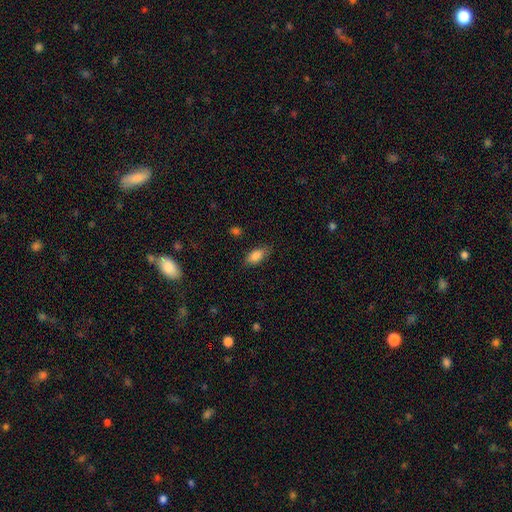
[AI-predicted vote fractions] Smooth or featured? Predicted: smooth (p=0.85). How rounded? Predicted: in between (p=0.88). Merging? Predicted: none (p=0.80).